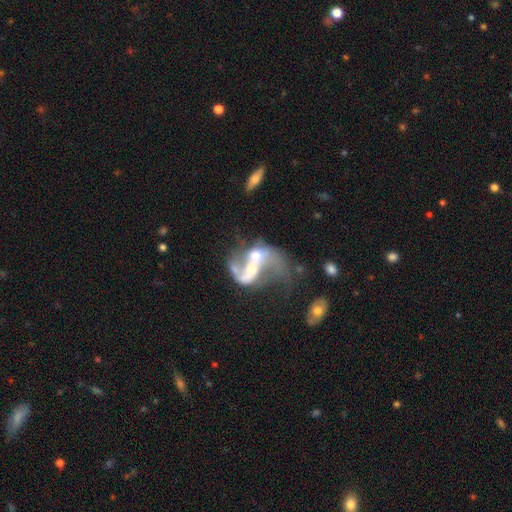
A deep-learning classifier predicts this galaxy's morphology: type=featured or disk (76%); edge-on=no (98%); bar=no (58%); spiral arms=yes (69%); winding=loose (75%); arm count=2 (68%); bulge=moderate (48%); merging=merger (54%).